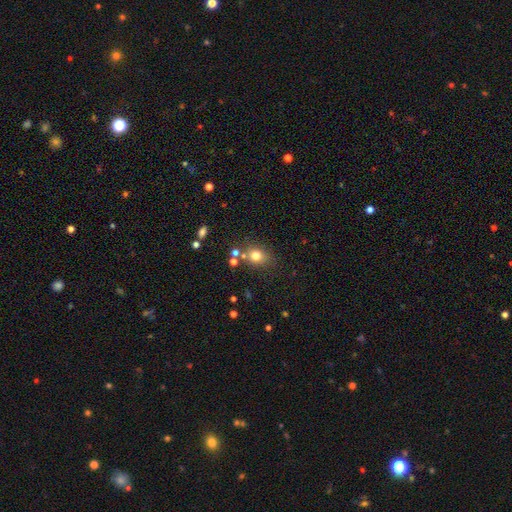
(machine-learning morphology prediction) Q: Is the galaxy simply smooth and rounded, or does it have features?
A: smooth — 76%.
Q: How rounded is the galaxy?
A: round — 62%.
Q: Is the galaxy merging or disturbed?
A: none — 69%.